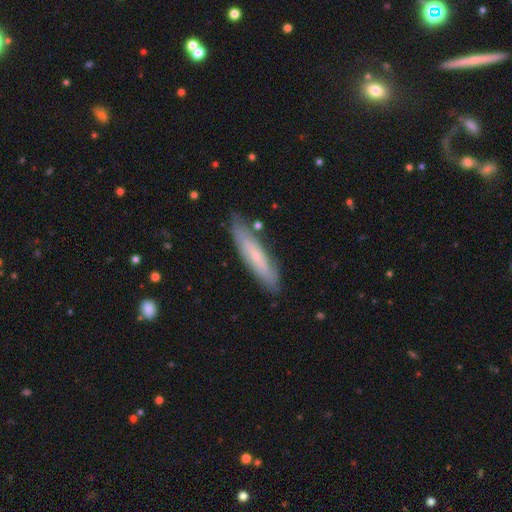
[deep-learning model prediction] Smooth or featured?
  - smooth: 51% *
  - featured or disk: 42%
  - star or artifact: 6%
How rounded?
  - cigar-shaped: 83% *
  - in between: 16%
  - round: 1%
Merging?
  - none: 82% *
  - minor disturbance: 13%
  - major disturbance: 2%
  - merger: 2%